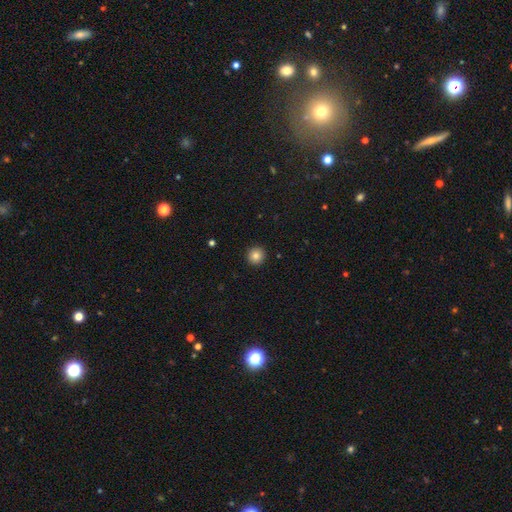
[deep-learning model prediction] Smooth or featured?
  - smooth: 84% *
  - star or artifact: 11%
  - featured or disk: 6%
How rounded?
  - round: 95% *
  - in between: 4%
  - cigar-shaped: 1%
Merging?
  - none: 93% *
  - minor disturbance: 4%
  - major disturbance: 2%
  - merger: 1%